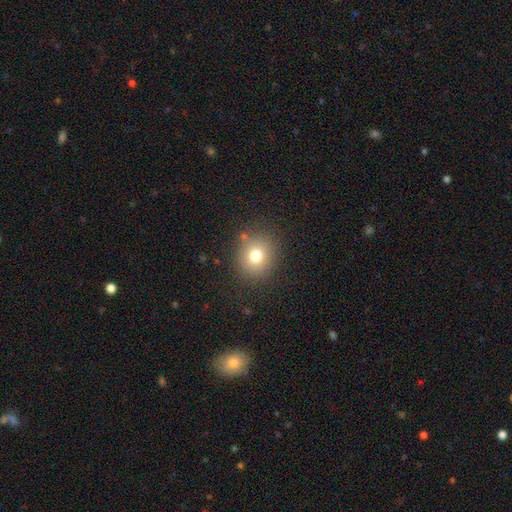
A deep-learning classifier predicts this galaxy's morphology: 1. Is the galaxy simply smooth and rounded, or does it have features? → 76% smooth, 14% star or artifact, 10% featured or disk.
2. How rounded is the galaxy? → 81% round, 19% in between, 1% cigar-shaped.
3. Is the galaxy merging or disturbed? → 84% none, 10% minor disturbance, 4% major disturbance, 2% merger.